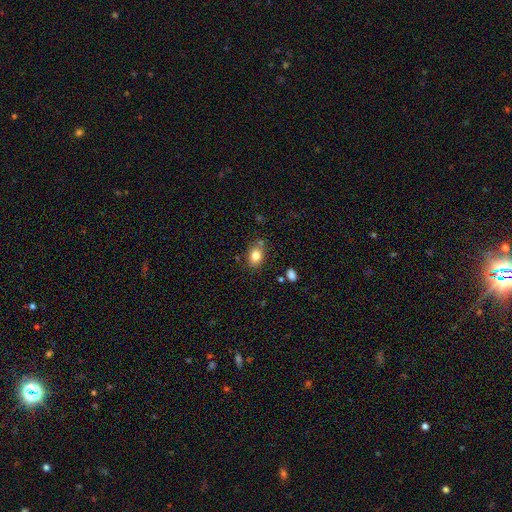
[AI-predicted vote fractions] smooth_or_featured: smooth (p=0.82) [alt: star or artifact p=0.10]
how_rounded: in between (p=0.65) [alt: round p=0.34]
merging: none (p=0.78) [alt: minor disturbance p=0.13]